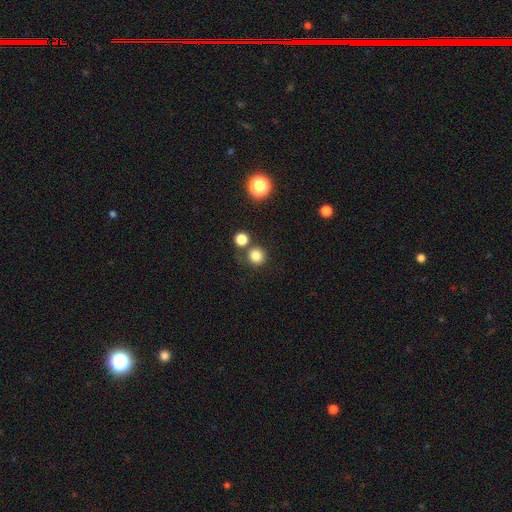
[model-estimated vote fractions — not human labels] smooth_or_featured: smooth (p=0.82) [alt: star or artifact p=0.13]
how_rounded: round (p=0.93) [alt: in between p=0.06]
merging: none (p=0.72) [alt: merger p=0.16]